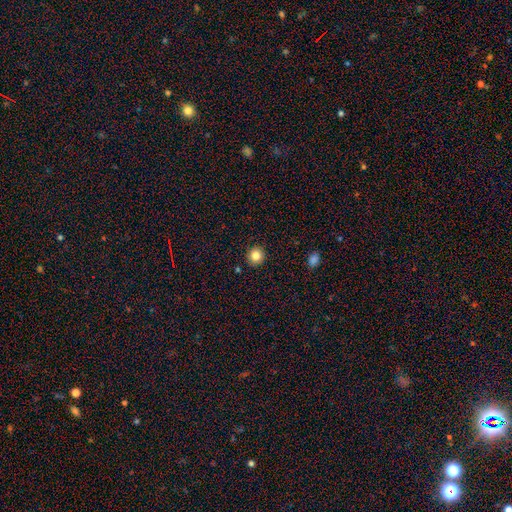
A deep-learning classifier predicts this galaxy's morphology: Smooth or featured? Predicted: smooth (p=0.83). How rounded? Predicted: round (p=0.92). Merging? Predicted: none (p=0.92).